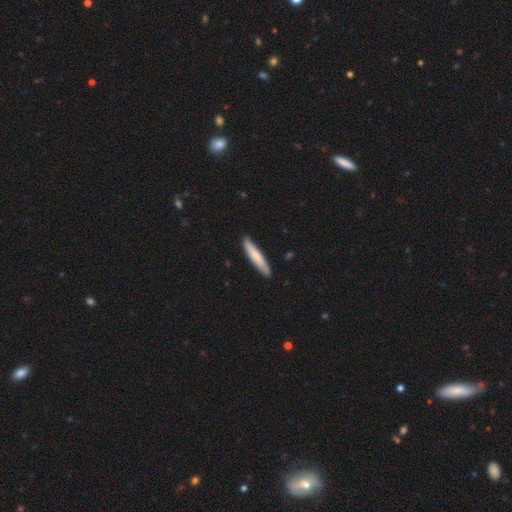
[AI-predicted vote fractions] smooth 73%, featured or disk 21%, star or artifact 5%. Down the decision tree: how rounded — cigar-shaped (91%); merging — none (88%).